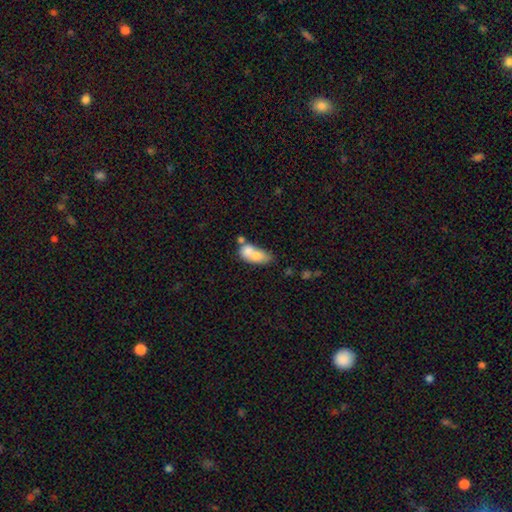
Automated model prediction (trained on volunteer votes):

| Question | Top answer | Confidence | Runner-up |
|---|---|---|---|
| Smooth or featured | smooth | 69% | featured or disk (23%) |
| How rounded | in between | 79% | round (13%) |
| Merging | merger | 61% | none (20%) |